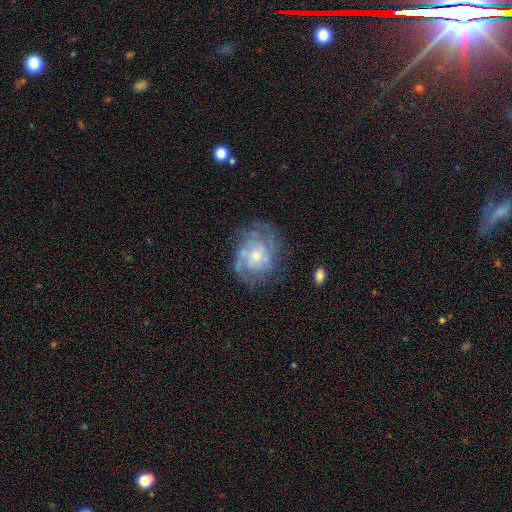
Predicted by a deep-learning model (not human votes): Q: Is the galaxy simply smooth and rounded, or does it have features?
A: featured or disk — 78%.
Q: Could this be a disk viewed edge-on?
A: no — 98%.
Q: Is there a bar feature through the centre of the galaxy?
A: no — 74%.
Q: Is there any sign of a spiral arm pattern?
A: yes — 88%.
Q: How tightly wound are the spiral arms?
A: tight — 53%.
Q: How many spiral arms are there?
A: can't tell — 43%.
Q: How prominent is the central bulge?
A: small — 62%.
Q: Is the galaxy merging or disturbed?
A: none — 68%.